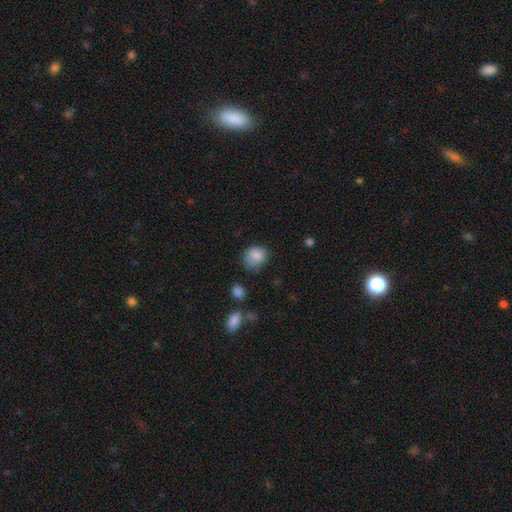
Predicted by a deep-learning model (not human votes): smooth-or-featured: smooth: 84% | star or artifact: 9% | featured or disk: 7%
  how-rounded: round: 62% | in between: 37% | cigar-shaped: 1%
  merging: none: 58% | minor disturbance: 30% | major disturbance: 9% | merger: 3%